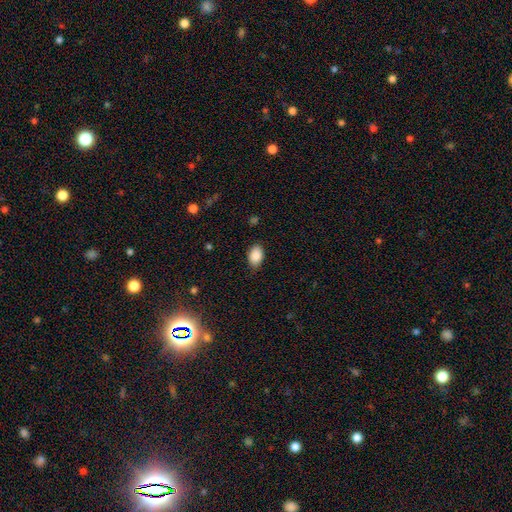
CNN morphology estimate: smooth 89%, star or artifact 7%, featured or disk 4%. Down the decision tree: how rounded — in between (87%); merging — none (82%).